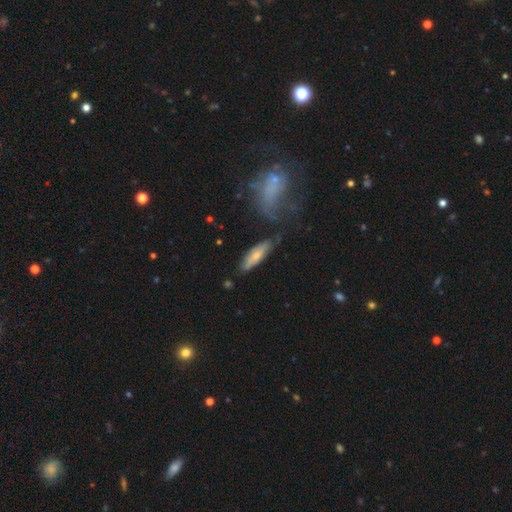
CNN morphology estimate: A smooth galaxy with no disk features (57%) that is cigar-shaped (54%).

Vote fractions:
- Smooth or featured? smooth: 57% / featured or disk: 37% / star or artifact: 6%
- How rounded? cigar-shaped: 54% / in between: 44% / round: 2%
- Merging? none: 70% / minor disturbance: 20% / major disturbance: 5% / merger: 5%